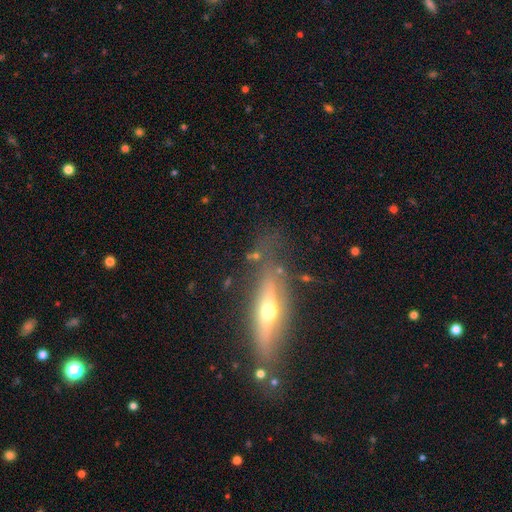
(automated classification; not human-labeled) Q: Smooth or featured?
A: smooth (47%); runner-up: featured or disk (32%)
Q: Merging?
A: none (55%); runner-up: major disturbance (18%)